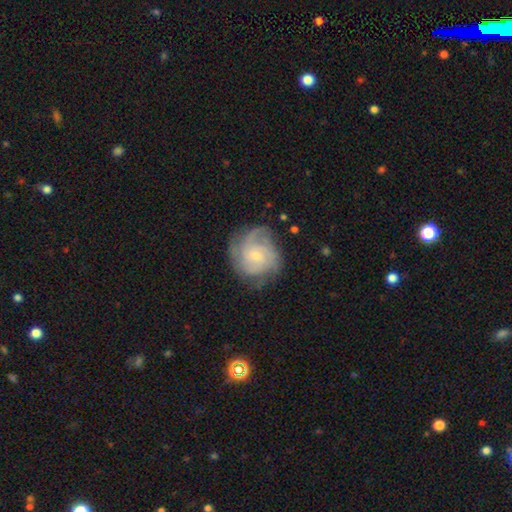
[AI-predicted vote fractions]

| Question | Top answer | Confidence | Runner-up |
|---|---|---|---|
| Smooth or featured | featured or disk | 80% | smooth (14%) |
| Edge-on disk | no | 98% | yes (2%) |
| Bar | no | 67% | weak (29%) |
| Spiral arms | yes | 95% | no (5%) |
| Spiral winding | tight | 55% | medium (35%) |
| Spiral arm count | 3 | 31% | can't tell (26%) |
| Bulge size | small | 71% | moderate (24%) |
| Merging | none | 70% | minor disturbance (19%) |